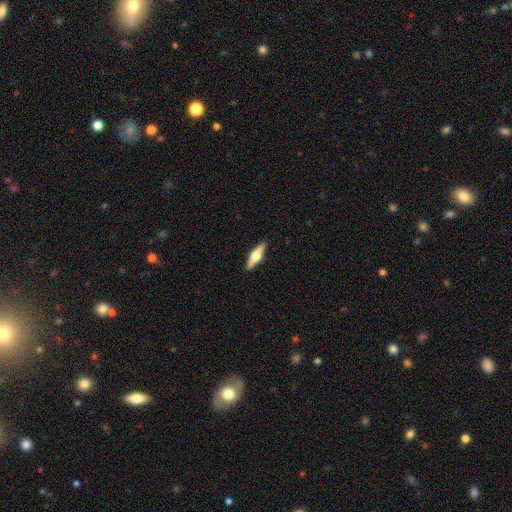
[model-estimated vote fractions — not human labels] Smooth or featured: featured or disk — 63% (smooth — 32%)
Edge-on disk: yes — 96% (no — 4%)
Edge-on bulge: rounded — 95% (boxy — 4%)
Merging: none — 91% (minor disturbance — 7%)